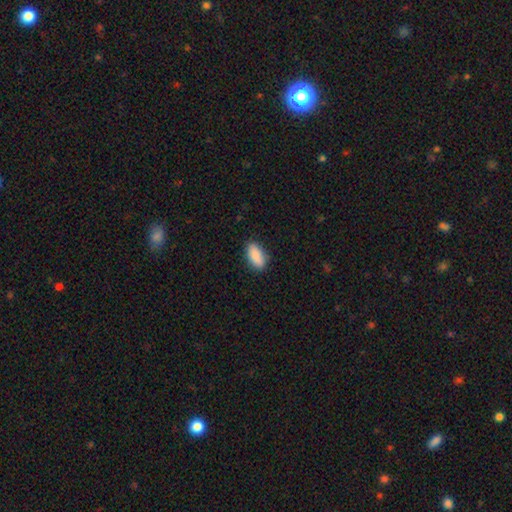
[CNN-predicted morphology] Smooth or featured: smooth — 88% (star or artifact — 6%)
How rounded: in between — 89% (cigar-shaped — 9%)
Merging: none — 85% (minor disturbance — 11%)